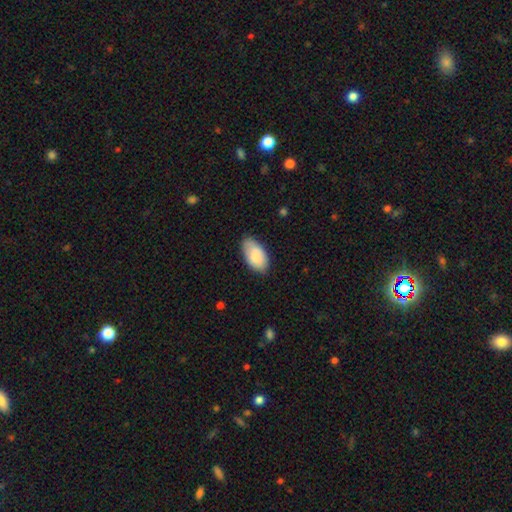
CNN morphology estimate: Q: Smooth or featured?
A: smooth (83%); runner-up: featured or disk (11%)
Q: How rounded?
A: in between (95%); runner-up: round (3%)
Q: Merging?
A: none (75%); runner-up: minor disturbance (21%)